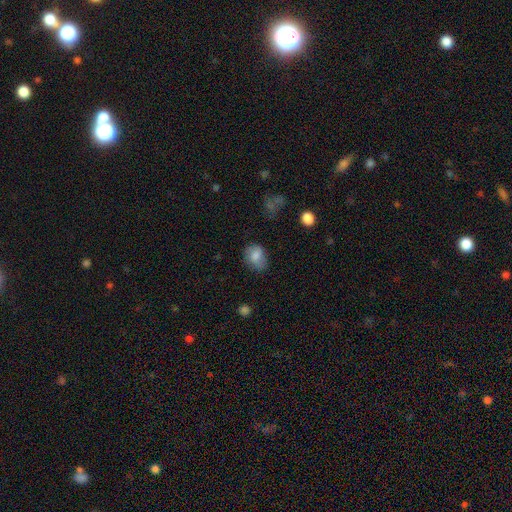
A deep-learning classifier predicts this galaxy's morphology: Smooth or featured?
  - smooth: 78% *
  - featured or disk: 14%
  - star or artifact: 9%
How rounded?
  - in between: 56% *
  - round: 43%
  - cigar-shaped: 1%
Merging?
  - none: 63% *
  - minor disturbance: 27%
  - major disturbance: 9%
  - merger: 2%